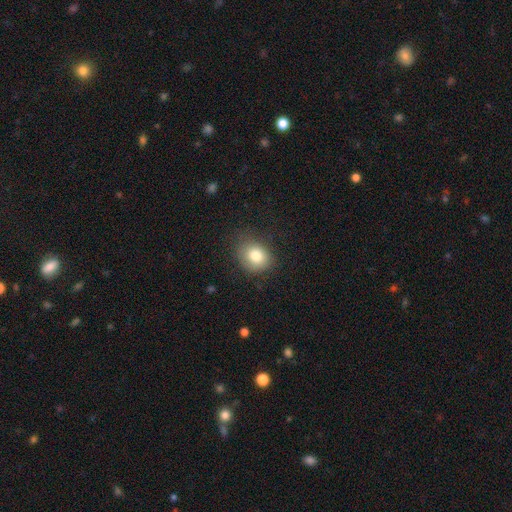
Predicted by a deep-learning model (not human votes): Smooth or featured?
  - smooth: 79% *
  - star or artifact: 10%
  - featured or disk: 10%
How rounded?
  - round: 61% *
  - in between: 38%
  - cigar-shaped: 1%
Merging?
  - none: 73% *
  - minor disturbance: 19%
  - major disturbance: 6%
  - merger: 1%